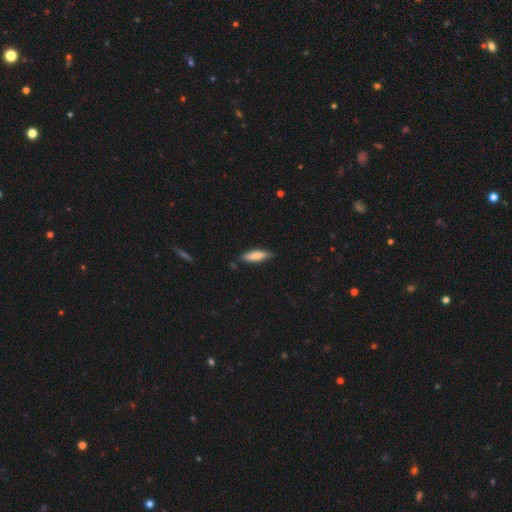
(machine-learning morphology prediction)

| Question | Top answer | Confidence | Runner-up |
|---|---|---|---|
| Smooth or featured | smooth | 75% | featured or disk (20%) |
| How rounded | cigar-shaped | 68% | in between (31%) |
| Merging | none | 83% | minor disturbance (14%) |